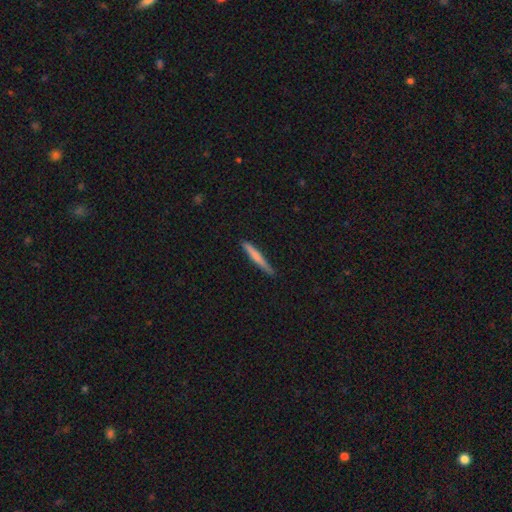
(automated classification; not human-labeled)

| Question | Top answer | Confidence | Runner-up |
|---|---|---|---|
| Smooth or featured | smooth | 67% | featured or disk (27%) |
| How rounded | cigar-shaped | 96% | in between (3%) |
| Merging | none | 82% | minor disturbance (14%) |